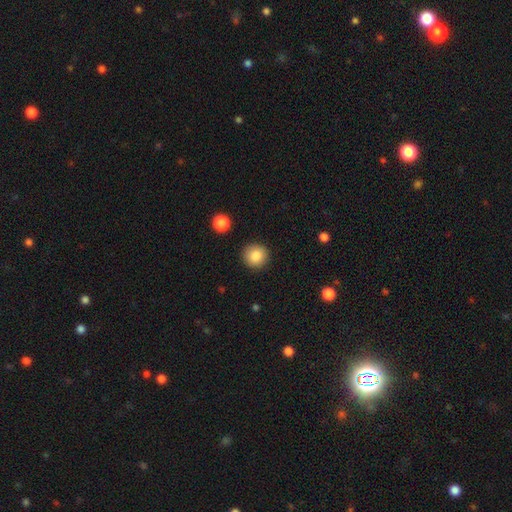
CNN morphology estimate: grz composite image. It shows a smooth galaxy with no disk features (85%) that is round (92%). Merging: none (90%).